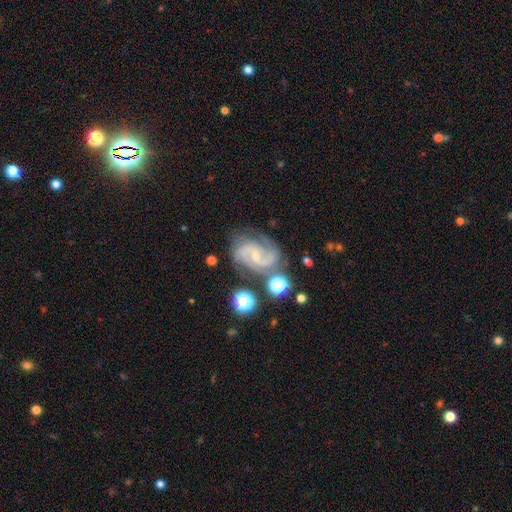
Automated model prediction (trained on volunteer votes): This is clearly a featured or disk galaxy (88%). It is clearly not viewed edge-on (98%). Bar: marginally no (44%). Spiral arm pattern: clearly yes (98%). Spiral arm count: likely 2 (79%). Spiral winding: possibly medium (58%). Central bulge: likely small (71%). Merging: likely none (66%).